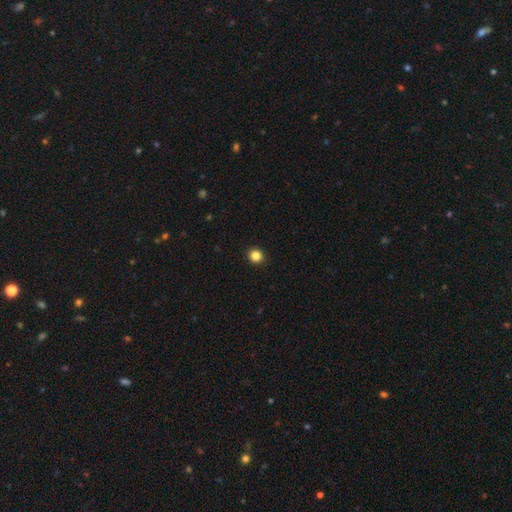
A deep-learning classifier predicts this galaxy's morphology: smooth_or_featured: smooth (p=0.85) [alt: star or artifact p=0.11]
how_rounded: round (p=0.88) [alt: in between p=0.11]
merging: none (p=0.93) [alt: minor disturbance p=0.05]